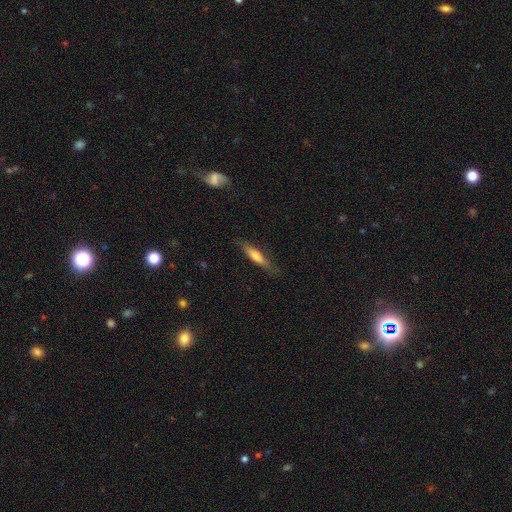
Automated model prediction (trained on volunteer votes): A smooth galaxy with no disk features (61%) that is cigar-shaped (79%).

Vote fractions:
- Smooth or featured? smooth: 61% / featured or disk: 33% / star or artifact: 6%
- How rounded? cigar-shaped: 79% / in between: 20% / round: 2%
- Merging? none: 76% / minor disturbance: 18% / major disturbance: 5% / merger: 1%